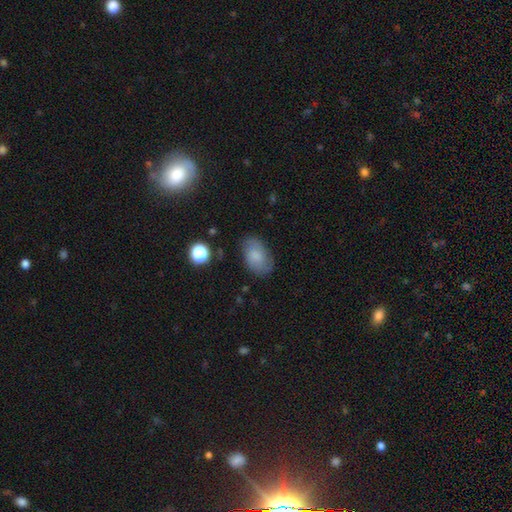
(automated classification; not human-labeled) Smooth or featured: smooth — 70% (featured or disk — 21%)
How rounded: in between — 90% (round — 9%)
Merging: none — 76% (minor disturbance — 18%)